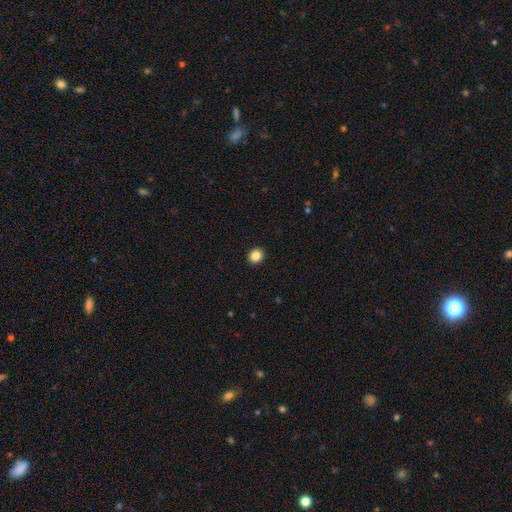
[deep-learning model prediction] Morphology: type=smooth (85%); roundness=round (82%); merging=none (93%).